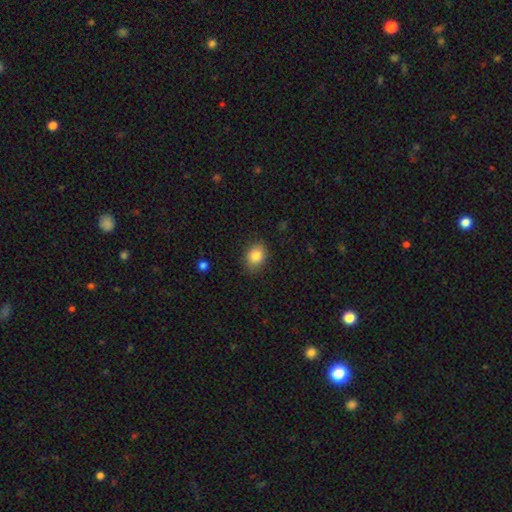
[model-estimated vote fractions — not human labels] A smooth galaxy with no disk features (84%) that is in between round and cigar-shaped (58%). Merging: none (85%).